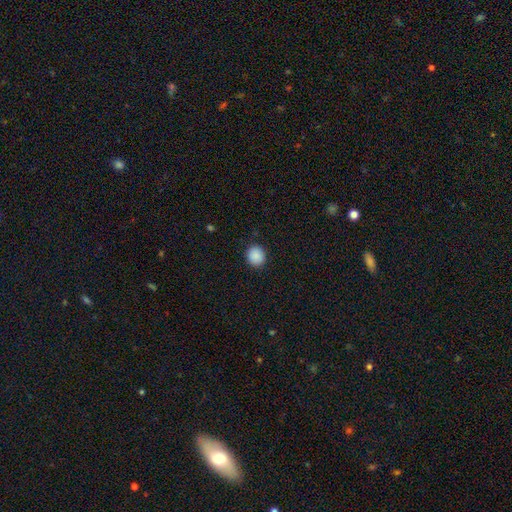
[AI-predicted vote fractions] Smooth or featured: smooth — 89% (star or artifact — 8%)
How rounded: round — 82% (in between — 17%)
Merging: none — 91% (minor disturbance — 6%)